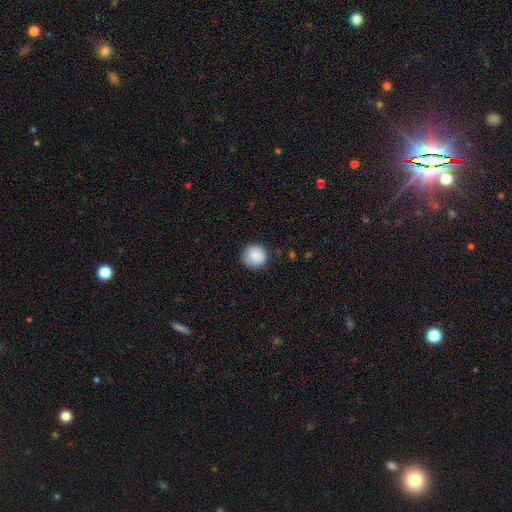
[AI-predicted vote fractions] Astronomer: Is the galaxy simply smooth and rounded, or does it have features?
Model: smooth — 88%.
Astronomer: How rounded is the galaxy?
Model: round — 95%.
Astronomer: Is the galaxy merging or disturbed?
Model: none — 88%.